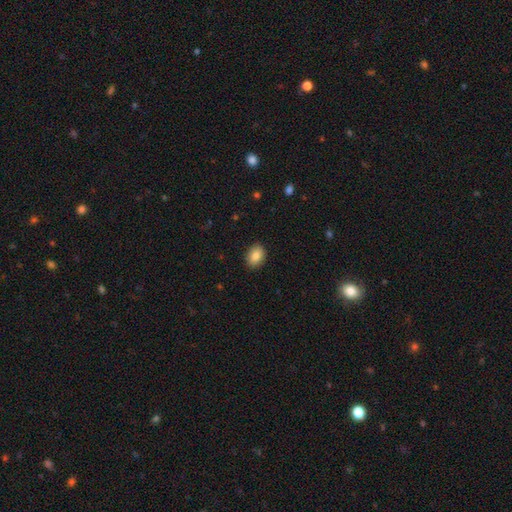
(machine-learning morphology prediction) smooth-or-featured: smooth: 85% | star or artifact: 8% | featured or disk: 7%
  how-rounded: in between: 75% | round: 24% | cigar-shaped: 1%
  merging: none: 89% | minor disturbance: 8% | major disturbance: 2% | merger: 1%